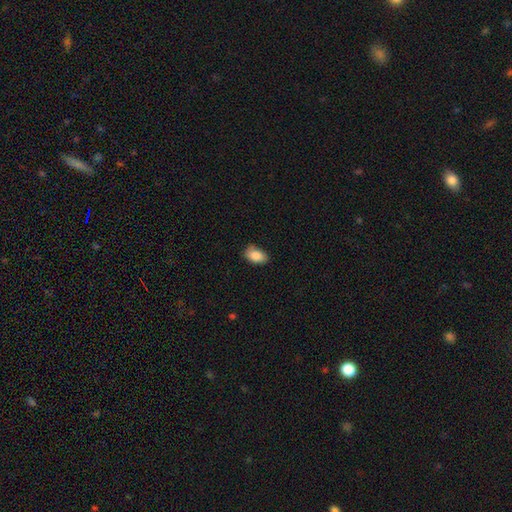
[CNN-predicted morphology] This is clearly a smooth galaxy (86%). How rounded: clearly in between (90%). Merging: likely none (74%).